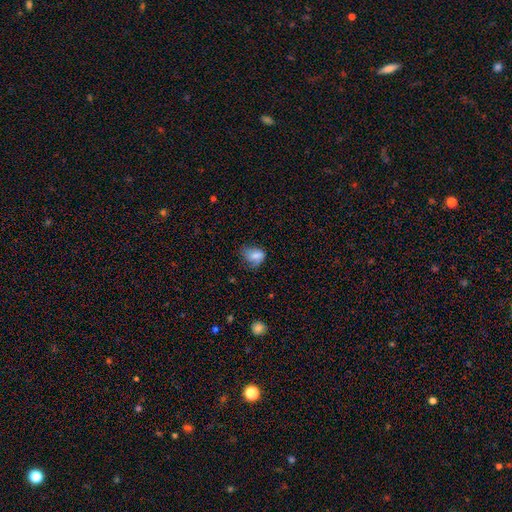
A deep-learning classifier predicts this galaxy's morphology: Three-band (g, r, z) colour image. It shows a smooth galaxy with no disk features (74%) that is in between round and cigar-shaped (77%). Merging: none (37%).